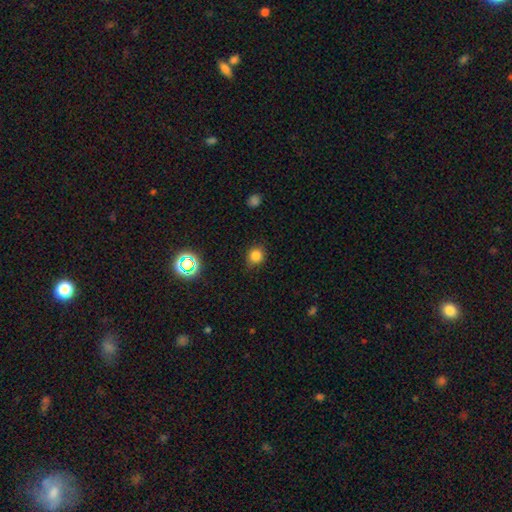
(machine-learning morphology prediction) smooth-or-featured: smooth: 81% | star or artifact: 14% | featured or disk: 5%
  how-rounded: round: 81% | in between: 18% | cigar-shaped: 1%
  merging: none: 83% | minor disturbance: 13% | major disturbance: 3% | merger: 1%